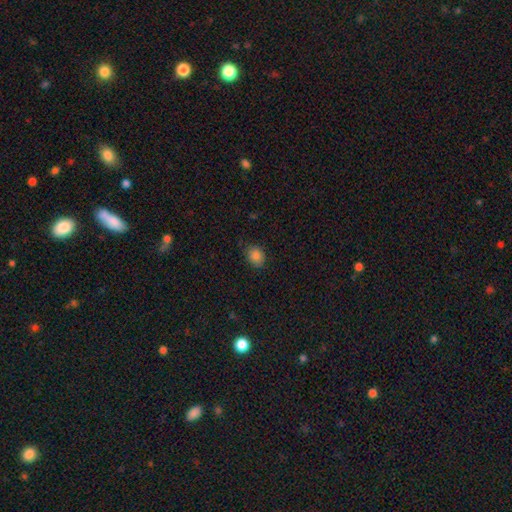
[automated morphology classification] Q: Smooth or featured?
A: smooth (85%); runner-up: star or artifact (10%)
Q: How rounded?
A: round (51%); runner-up: in between (48%)
Q: Merging?
A: none (80%); runner-up: minor disturbance (16%)